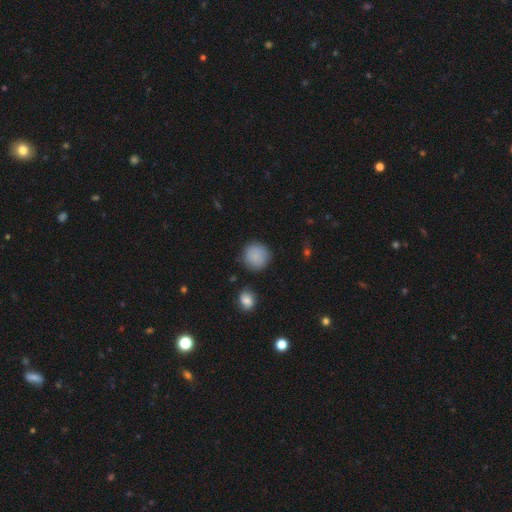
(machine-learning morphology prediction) Smooth or featured? smooth (86%)
How rounded? round (92%)
Merging? none (84%)